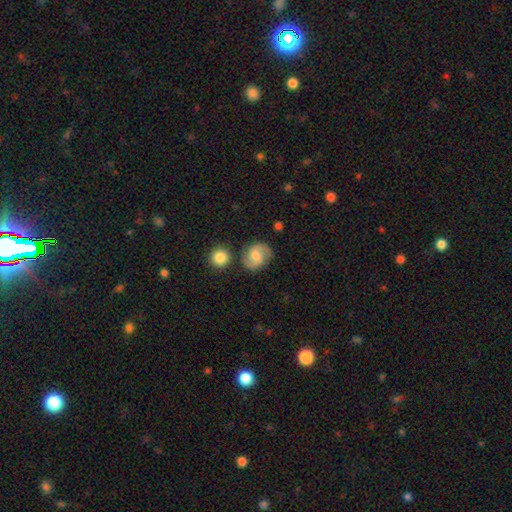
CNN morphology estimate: A featured or disk galaxy (65%) with a weak bar (48%), 2 (91%) medium (53%) spiral arms (94%) and a moderate central bulge (48%). Merging: none (77%).